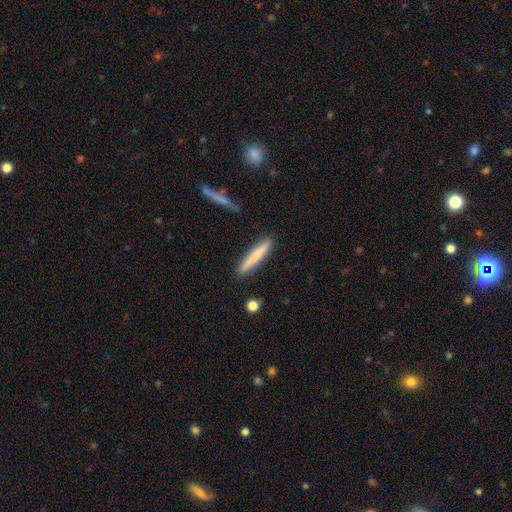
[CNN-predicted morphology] This appears to be a smooth galaxy with no disk features (75%) that is cigar-shaped (94%). Merging: none (89%).